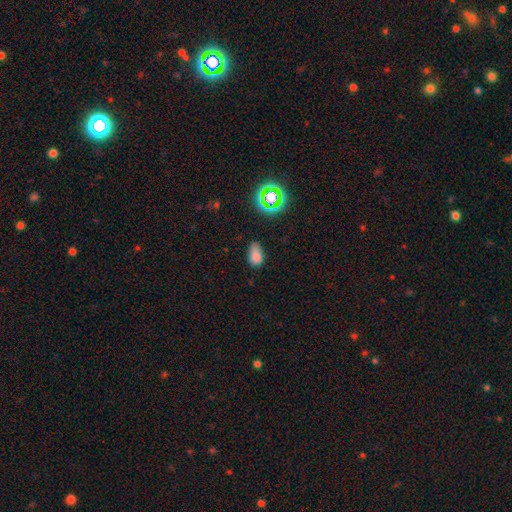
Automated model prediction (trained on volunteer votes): Q: Smooth or featured?
A: smooth (76%); runner-up: star or artifact (17%)
Q: How rounded?
A: in between (88%); runner-up: round (10%)
Q: Merging?
A: none (60%); runner-up: minor disturbance (29%)